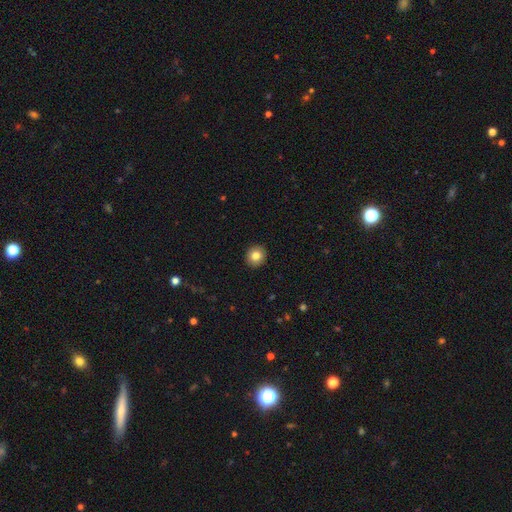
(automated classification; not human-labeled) Morphology: type=smooth (82%); roundness=round (87%); merging=none (93%).